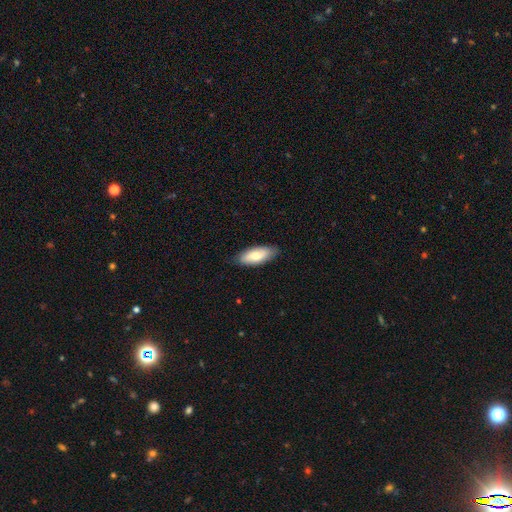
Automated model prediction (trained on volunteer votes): Morphology: type=smooth (74%); roundness=in between (85%); merging=none (84%).